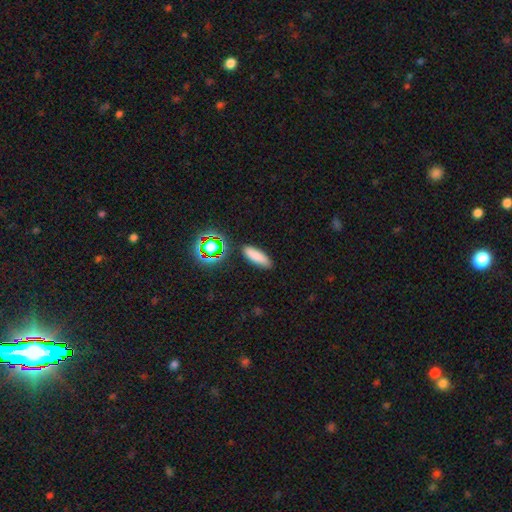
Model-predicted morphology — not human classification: Q: Smooth or featured?
A: smooth (78%); runner-up: star or artifact (14%)
Q: How rounded?
A: in between (49%); runner-up: cigar-shaped (47%)
Q: Merging?
A: none (87%); runner-up: minor disturbance (8%)